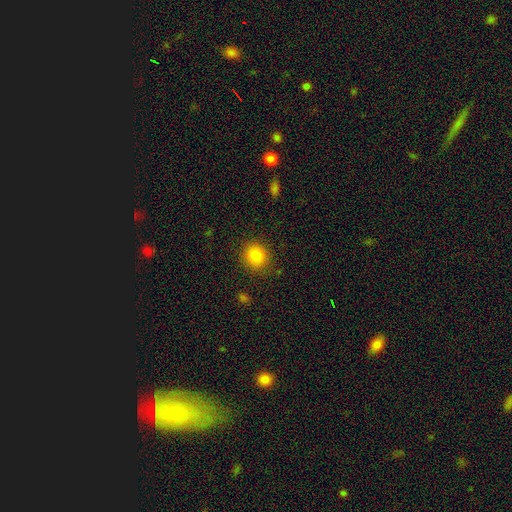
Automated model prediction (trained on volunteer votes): Smooth or featured? Predicted: smooth (p=0.83). How rounded? Predicted: round (p=0.87). Merging? Predicted: none (p=0.89).